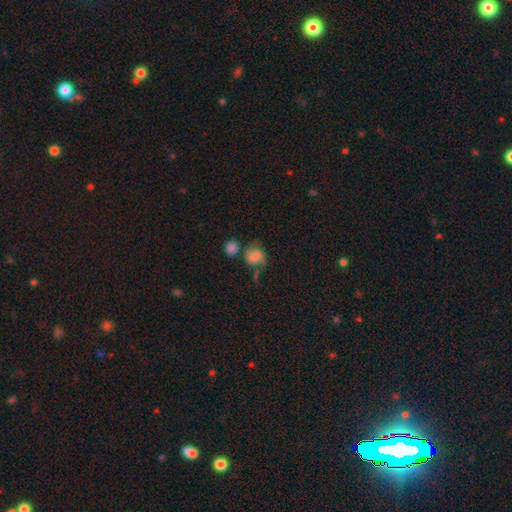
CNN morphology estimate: A featured or disk galaxy (48%).

Vote fractions:
- Smooth or featured? featured or disk: 48% / smooth: 40% / star or artifact: 12%
- Merging? none: 46% / minor disturbance: 21% / merger: 19% / major disturbance: 15%